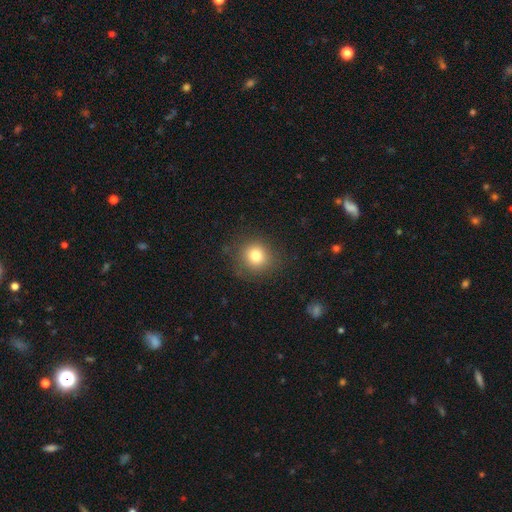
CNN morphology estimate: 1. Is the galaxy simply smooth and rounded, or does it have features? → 79% smooth, 12% star or artifact, 9% featured or disk.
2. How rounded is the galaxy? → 88% round, 11% in between, 1% cigar-shaped.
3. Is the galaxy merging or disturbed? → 86% none, 9% minor disturbance, 4% major disturbance, 1% merger.